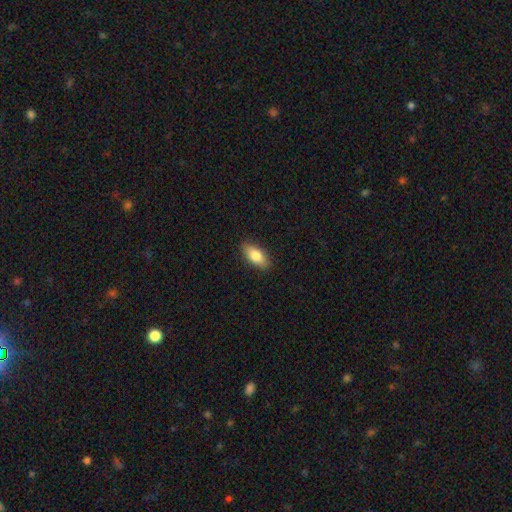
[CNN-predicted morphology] Smooth or featured?
  - smooth: 81% *
  - featured or disk: 13%
  - star or artifact: 6%
How rounded?
  - in between: 85% *
  - cigar-shaped: 12%
  - round: 3%
Merging?
  - none: 89% *
  - minor disturbance: 8%
  - major disturbance: 2%
  - merger: 1%